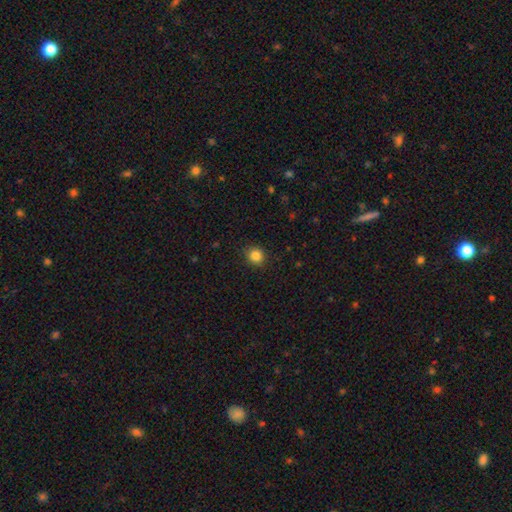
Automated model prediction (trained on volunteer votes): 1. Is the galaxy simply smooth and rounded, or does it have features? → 84% smooth, 11% star or artifact, 4% featured or disk.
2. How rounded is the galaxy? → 84% round, 15% in between, 1% cigar-shaped.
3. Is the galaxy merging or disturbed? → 89% none, 8% minor disturbance, 2% major disturbance, 1% merger.